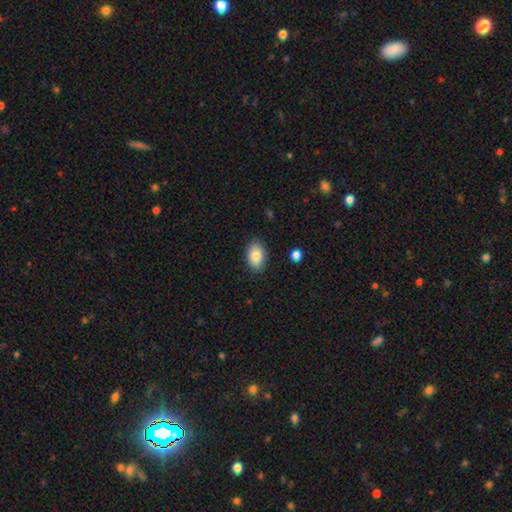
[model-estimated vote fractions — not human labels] A smooth galaxy with no disk features (83%) that is in between round and cigar-shaped (89%). Merging: none (87%).